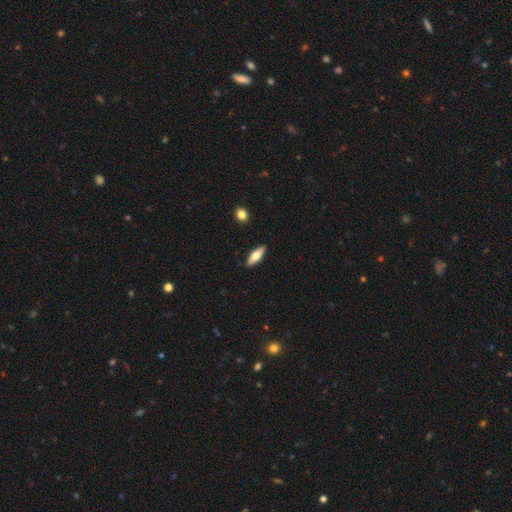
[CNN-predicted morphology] The model was most divided on "how rounded": in between: 53%, cigar-shaped: 44%, round: 2%. More confident: merging — none (89%); smooth or featured — smooth (60%).